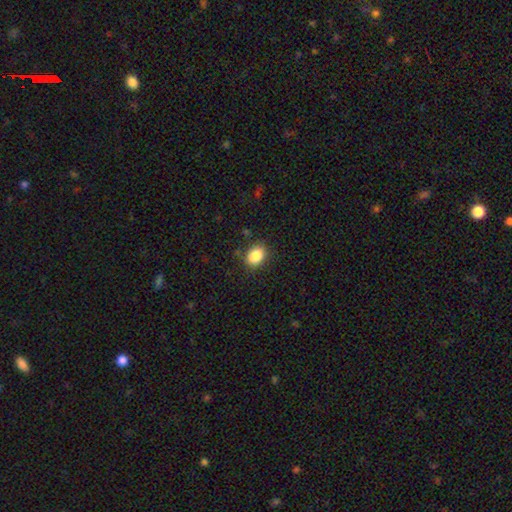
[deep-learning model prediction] Smooth or featured: smooth — 87% (star or artifact — 9%)
How rounded: in between — 69% (round — 30%)
Merging: none — 84% (minor disturbance — 11%)